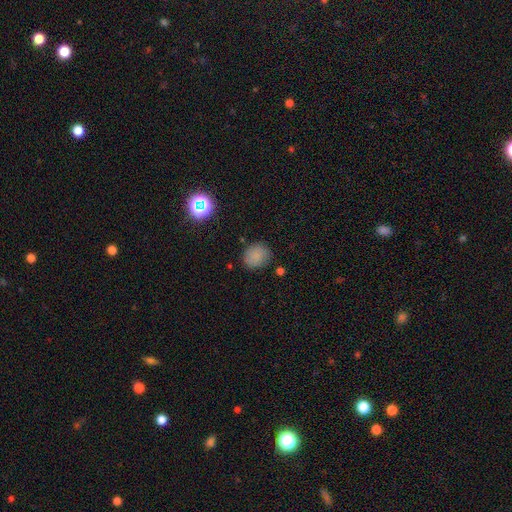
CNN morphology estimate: A smooth galaxy with no disk features (81%) that is round (76%). Merging: none (80%).